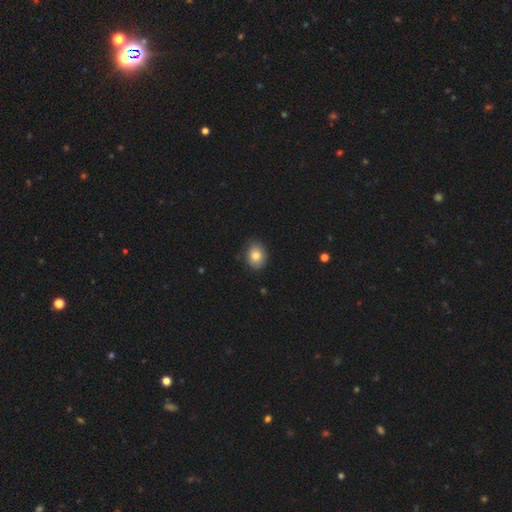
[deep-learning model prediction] Smooth or featured? smooth (80%)
How rounded? in between (56%)
Merging? none (83%)